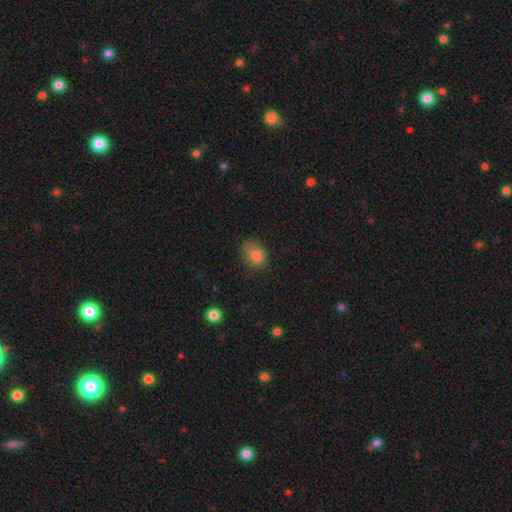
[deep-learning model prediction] A smooth galaxy with no disk features (82%) that is in between round and cigar-shaped (64%).

Vote fractions:
- Smooth or featured? smooth: 82% / star or artifact: 10% / featured or disk: 8%
- How rounded? in between: 64% / round: 35% / cigar-shaped: 1%
- Merging? none: 59% / minor disturbance: 29% / major disturbance: 11% / merger: 2%